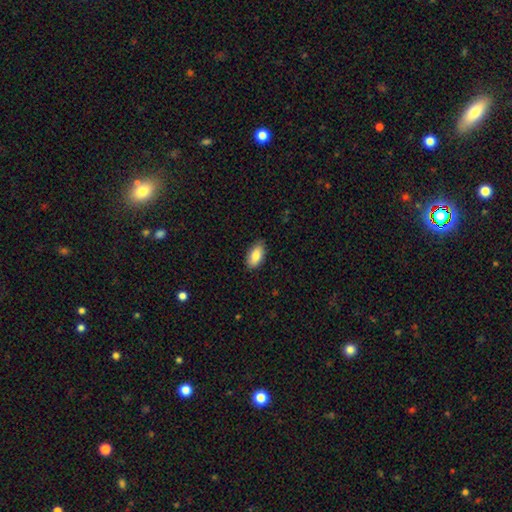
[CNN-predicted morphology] smooth_or_featured: smooth (p=0.84) [alt: featured or disk p=0.10]
how_rounded: in between (p=0.93) [alt: cigar-shaped p=0.04]
merging: none (p=0.85) [alt: minor disturbance p=0.12]